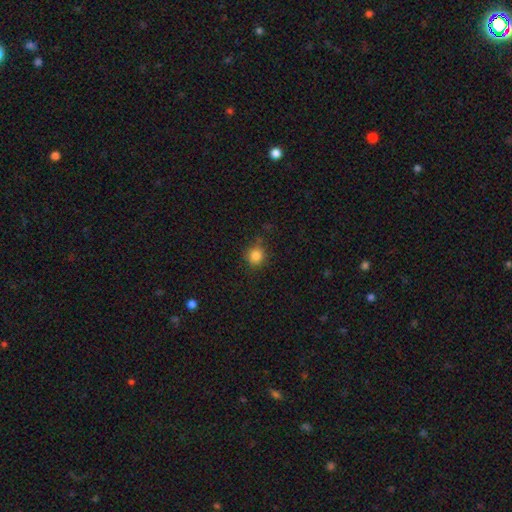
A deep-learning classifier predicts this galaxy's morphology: Smooth or featured: smooth — 84% (star or artifact — 12%)
How rounded: round — 89% (in between — 10%)
Merging: none — 78% (minor disturbance — 15%)